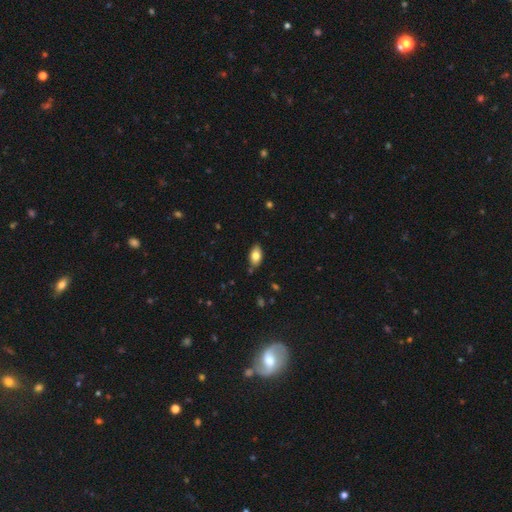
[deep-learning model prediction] A smooth galaxy with no disk features (79%) that is in between round and cigar-shaped (92%).

Vote fractions:
- Smooth or featured? smooth: 79% / featured or disk: 13% / star or artifact: 8%
- How rounded? in between: 92% / round: 6% / cigar-shaped: 3%
- Merging? none: 82% / minor disturbance: 14% / major disturbance: 2% / merger: 2%